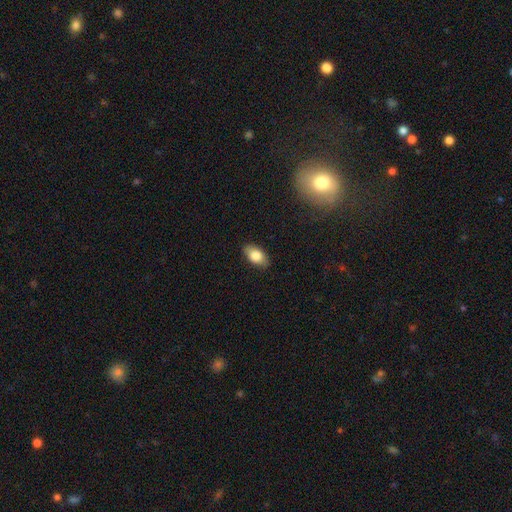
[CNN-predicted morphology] Smooth or featured? Predicted: smooth (p=0.81). How rounded? Predicted: in between (p=0.92). Merging? Predicted: none (p=0.85).